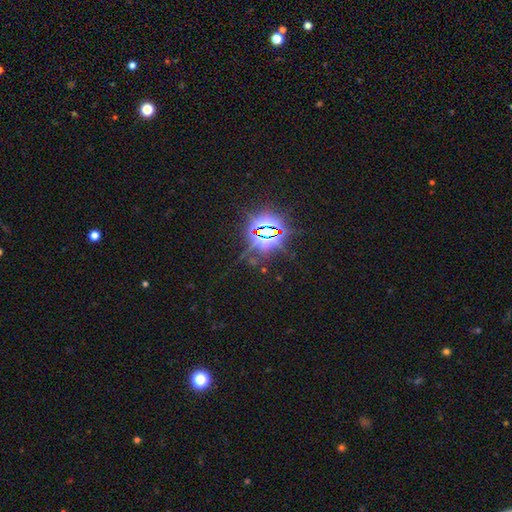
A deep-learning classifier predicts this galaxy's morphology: This is clearly a star or artifact rather than a galaxy (85%).